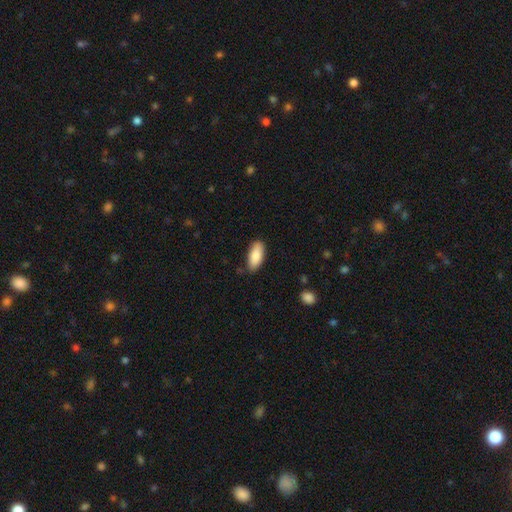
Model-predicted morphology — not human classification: The model was most divided on "merging": none: 83%, minor disturbance: 13%, major disturbance: 2%, merger: 2%. More confident: how rounded — in between (86%); smooth or featured — smooth (85%).